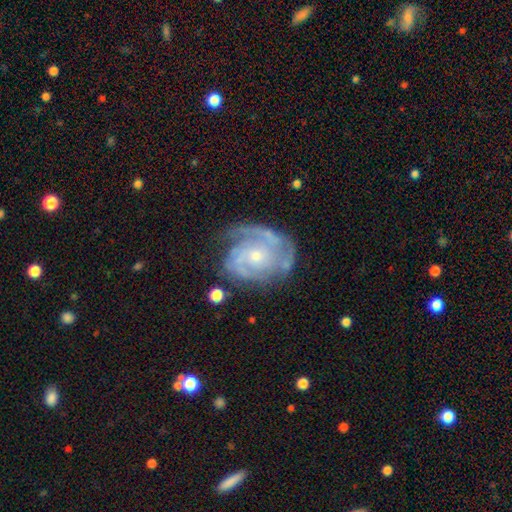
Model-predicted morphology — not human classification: Overall: featured or disk (89%). Edge-on disk: no (98%). Bar: no (73%). Spiral arms: yes (97%). Spiral arm count: 2 (38%; 3 26%). Spiral winding: tight (64%; medium 30%). Bulge size: small (70%). Merging: none (66%).